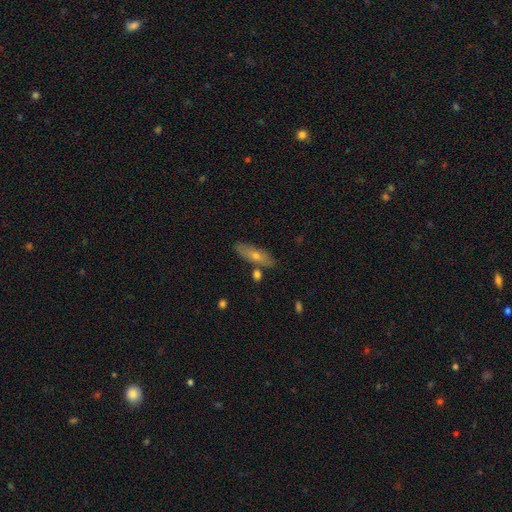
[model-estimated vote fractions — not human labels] Smooth or featured? Predicted: smooth (p=0.50). How rounded? Predicted: cigar-shaped (p=0.56). Merging? Predicted: none (p=0.78).